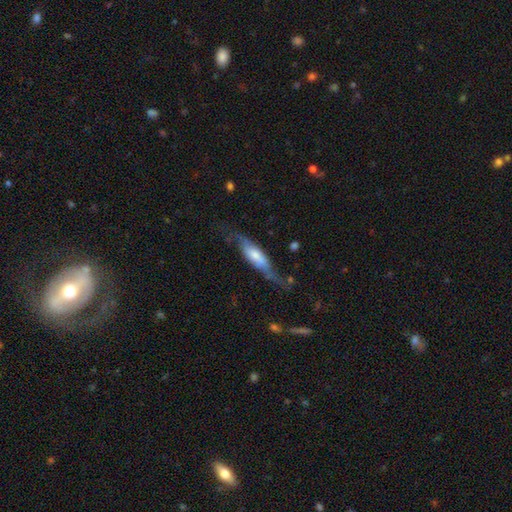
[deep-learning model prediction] Smooth or featured? Predicted: featured or disk (p=0.53). Edge-on disk? Predicted: yes (p=0.51). Merging? Predicted: none (p=0.48).